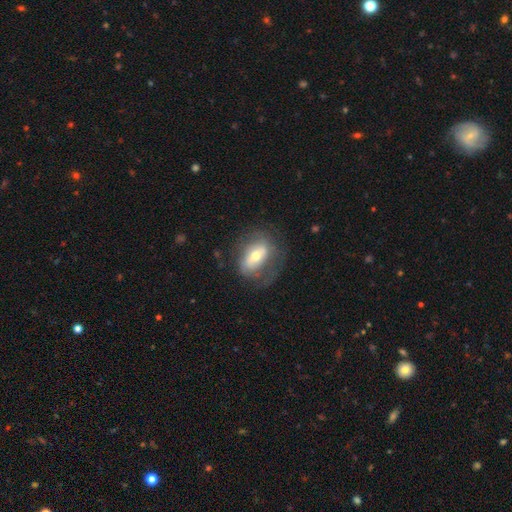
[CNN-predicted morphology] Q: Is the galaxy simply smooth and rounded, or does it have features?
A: featured or disk — 48%.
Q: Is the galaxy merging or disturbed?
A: none — 56%.